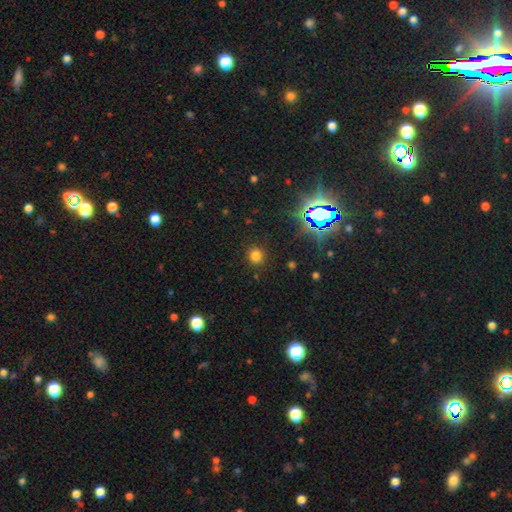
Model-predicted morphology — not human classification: Overall: smooth (74%). How rounded: round (85%). Merging: none (89%).